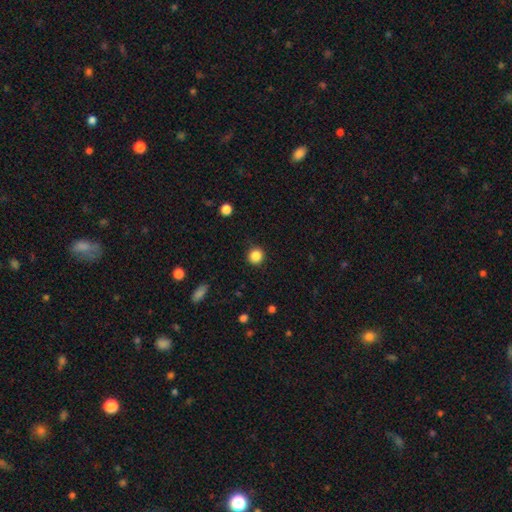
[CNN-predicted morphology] smooth 86%, star or artifact 11%, featured or disk 3%. Down the decision tree: how rounded — round (93%); merging — none (89%).